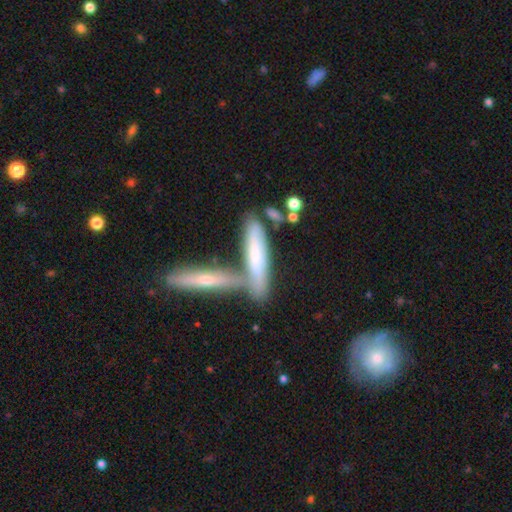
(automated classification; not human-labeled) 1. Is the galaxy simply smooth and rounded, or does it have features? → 56% smooth, 37% featured or disk, 6% star or artifact.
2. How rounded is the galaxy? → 83% cigar-shaped, 15% in between, 2% round.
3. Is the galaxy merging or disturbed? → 50% none, 34% merger, 12% minor disturbance, 4% major disturbance.